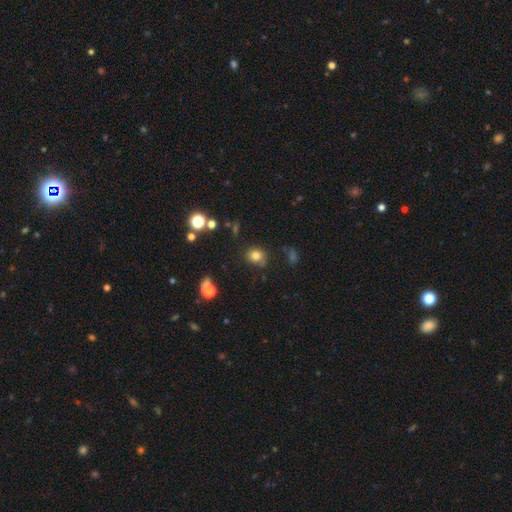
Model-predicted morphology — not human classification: Smooth or featured: smooth — 78% (star or artifact — 14%)
How rounded: round — 67% (in between — 32%)
Merging: none — 71% (minor disturbance — 20%)